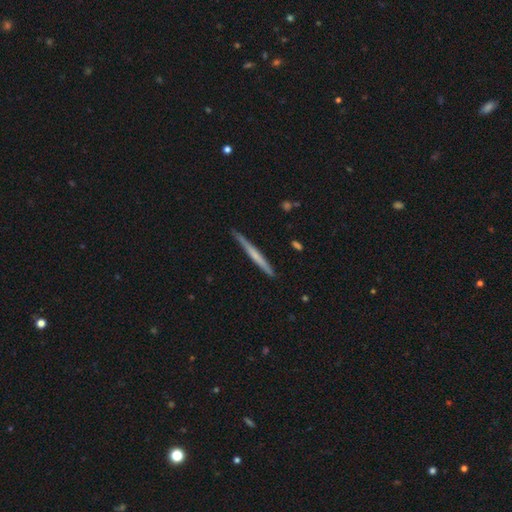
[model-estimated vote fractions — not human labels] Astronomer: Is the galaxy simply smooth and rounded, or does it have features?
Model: featured or disk — 48% (runner-up: smooth, 46%).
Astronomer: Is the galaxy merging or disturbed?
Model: none — 87%.